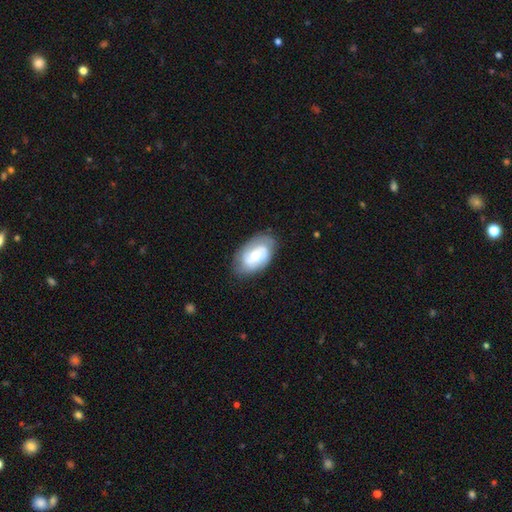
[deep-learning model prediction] Smooth or featured: featured or disk — 60% (smooth — 34%)
Edge-on disk: no — 96% (yes — 4%)
Bar: no — 59% (weak — 33%)
Spiral arms: yes — 86% (no — 14%)
Bulge size: moderate — 50% (small — 31%)
Merging: none — 76% (minor disturbance — 17%)